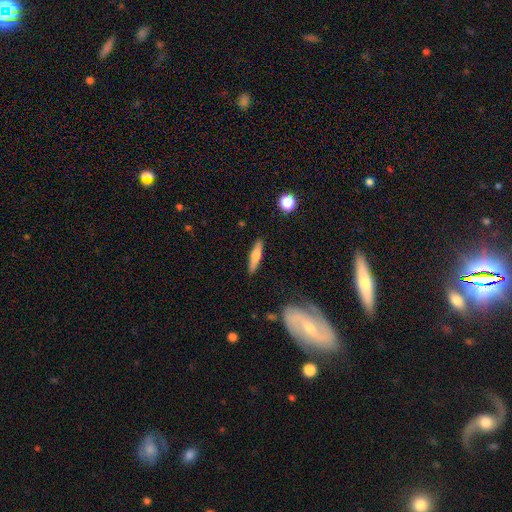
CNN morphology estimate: This is likely a smooth galaxy (60%). How rounded: likely cigar-shaped (80%). Merging: clearly none (89%).